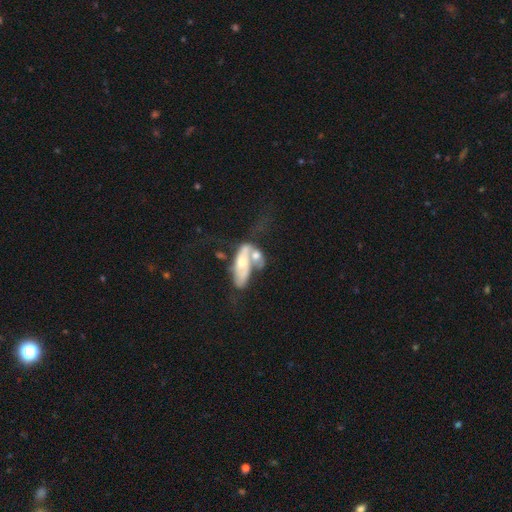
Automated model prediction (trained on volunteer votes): The model was most divided on "smooth or featured": featured or disk: 55%, smooth: 38%, star or artifact: 7%. More confident: edge-on disk — no (86%); merging — merger (67%).